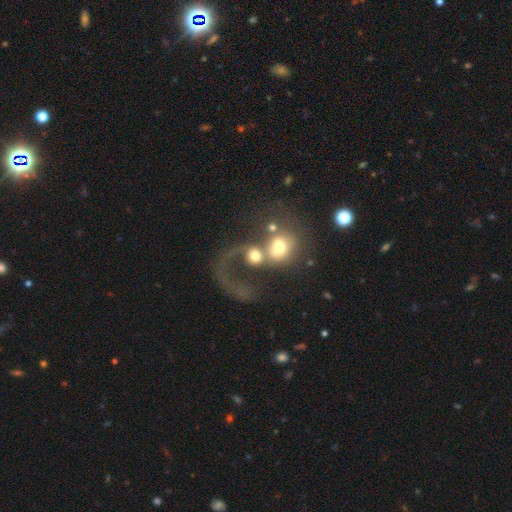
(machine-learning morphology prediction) Smooth or featured? featured or disk (49%)
Merging? merger (65%)